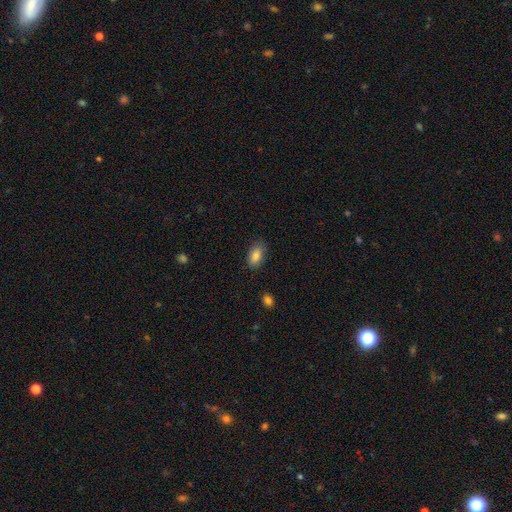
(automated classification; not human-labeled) Smooth or featured? Predicted: smooth (p=0.85). How rounded? Predicted: in between (p=0.91). Merging? Predicted: none (p=0.82).